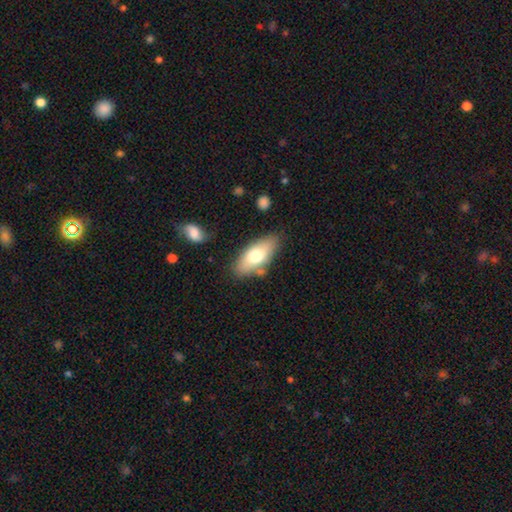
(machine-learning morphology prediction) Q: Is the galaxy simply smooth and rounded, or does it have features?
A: smooth — 68%.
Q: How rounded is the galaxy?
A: in between — 83%.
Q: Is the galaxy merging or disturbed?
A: none — 77%.